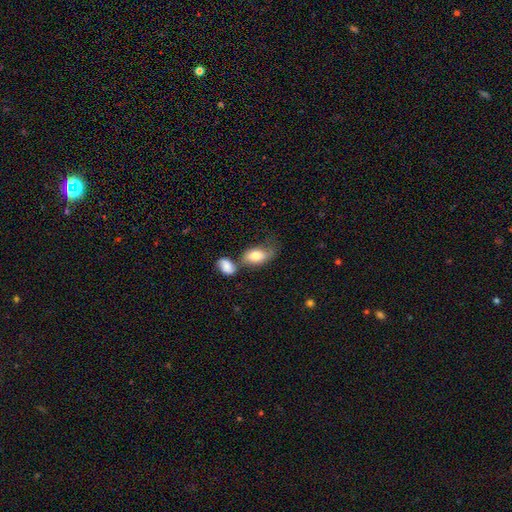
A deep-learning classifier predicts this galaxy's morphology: Overall: smooth (78%). How rounded: in between (90%). Merging: merger (34%; none 28%).